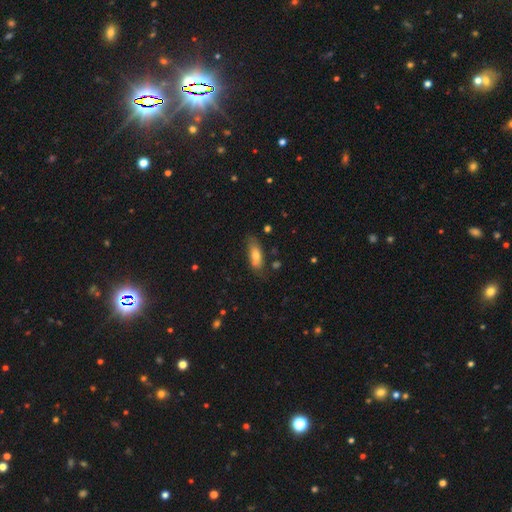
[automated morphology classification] The model was most divided on "merging": none: 65%, minor disturbance: 23%, major disturbance: 6%, merger: 6%. More confident: how rounded — in between (71%); smooth or featured — smooth (70%).